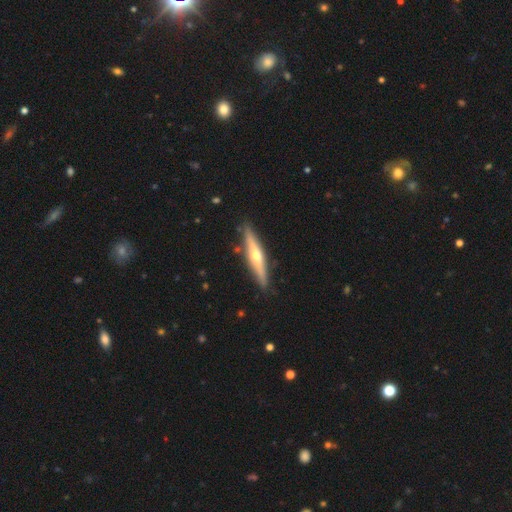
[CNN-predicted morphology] This is likely a featured or disk galaxy (66%). It is clearly viewed edge-on (95%). Edge-on bulge: clearly rounded (90%). Merging: clearly none (88%).